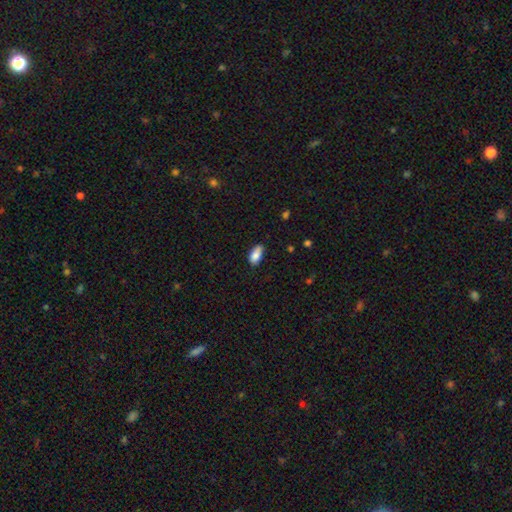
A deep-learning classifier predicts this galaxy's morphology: Smooth or featured: smooth — 85% (featured or disk — 8%)
How rounded: in between — 91% (cigar-shaped — 6%)
Merging: none — 66% (minor disturbance — 28%)